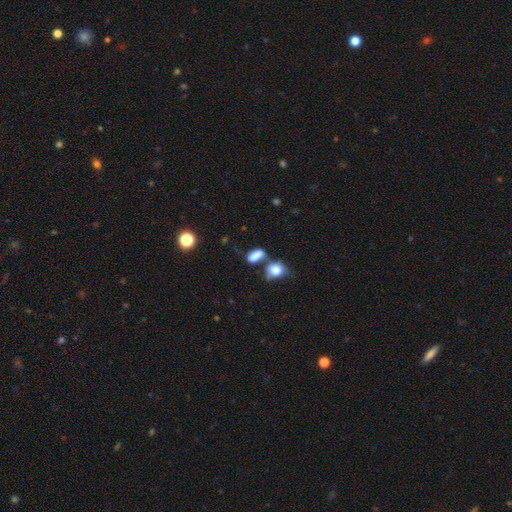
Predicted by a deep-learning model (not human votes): A smooth galaxy with no disk features (77%) that is in between round and cigar-shaped (76%). Merging: none (42%).